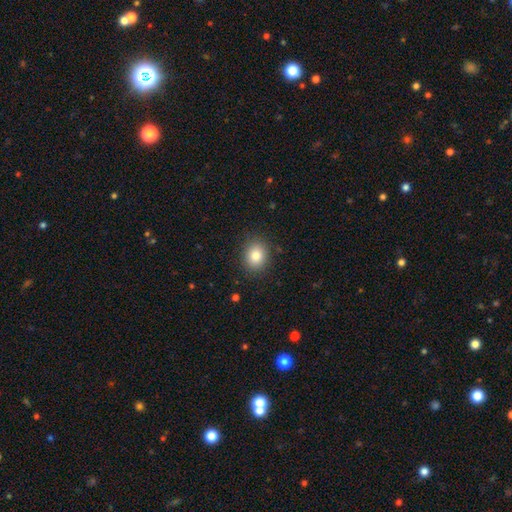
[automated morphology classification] smooth 82%, star or artifact 10%, featured or disk 8%. Down the decision tree: how rounded — round (64%); merging — none (88%).